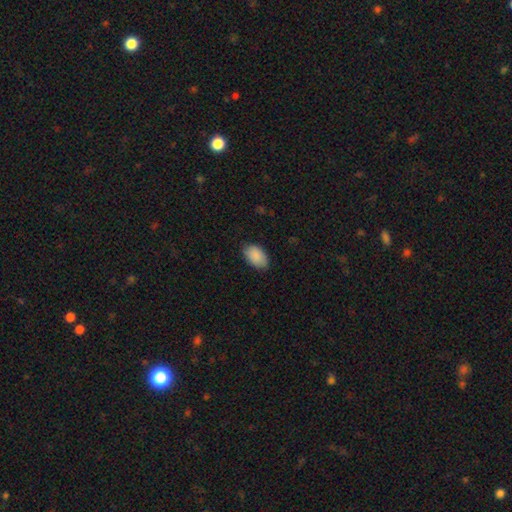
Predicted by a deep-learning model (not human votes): smooth_or_featured: smooth (p=0.90) [alt: star or artifact p=0.06]
how_rounded: in between (p=0.92) [alt: round p=0.06]
merging: none (p=0.83) [alt: minor disturbance p=0.13]